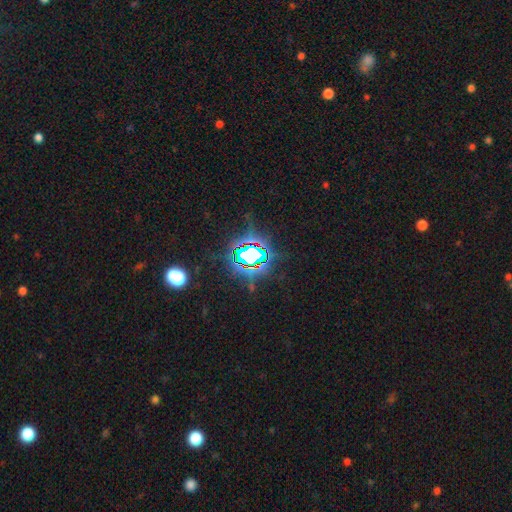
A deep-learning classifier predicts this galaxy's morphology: Smooth or featured?
  - star or artifact: 81% *
  - smooth: 11%
  - featured or disk: 8%